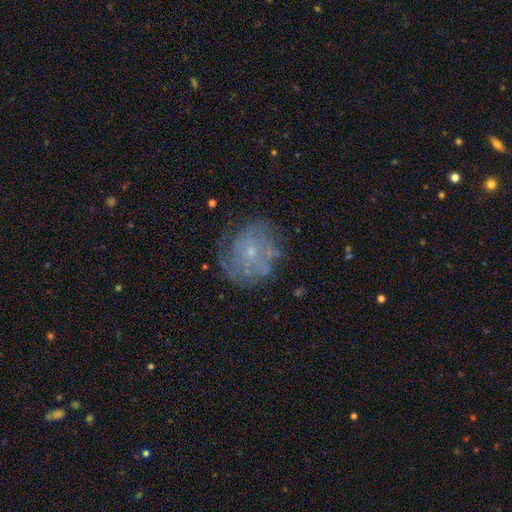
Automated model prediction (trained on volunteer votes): Smooth or featured? Predicted: featured or disk (p=0.61). Edge-on disk? Predicted: no (p=0.97). Bar? Predicted: no (p=0.79). Spiral arms? Predicted: yes (p=0.74). Bulge size? Predicted: small (p=0.79). Merging? Predicted: none (p=0.73).